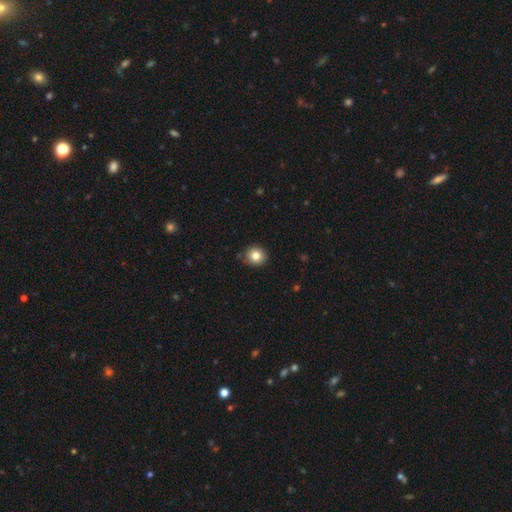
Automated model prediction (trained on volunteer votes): smooth 81%, star or artifact 11%, featured or disk 8%. Down the decision tree: how rounded — round (88%); merging — none (87%).